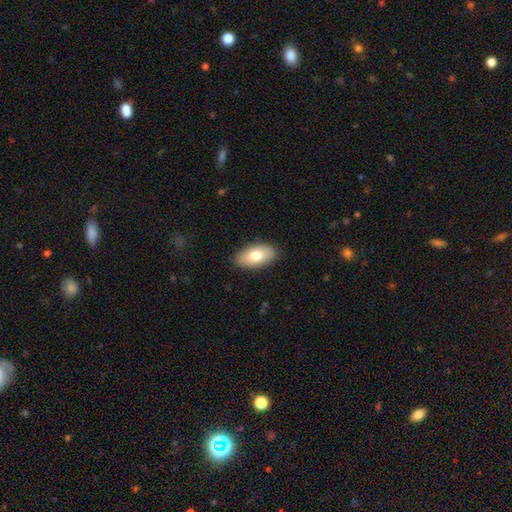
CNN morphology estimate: The model was most divided on "smooth or featured": smooth: 76%, featured or disk: 18%, star or artifact: 6%. More confident: how rounded — in between (93%); merging — none (88%).